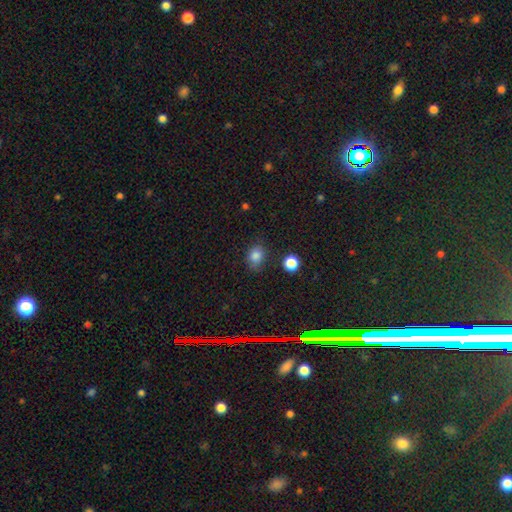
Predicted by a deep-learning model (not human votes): A smooth galaxy with no disk features (83%) that is round (56%). Merging: none (72%).